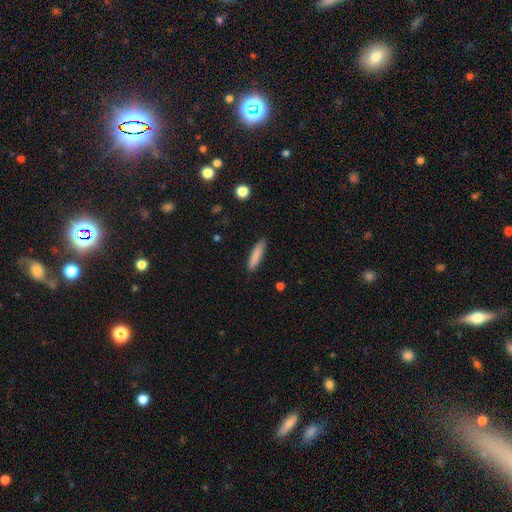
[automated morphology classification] A smooth galaxy with no disk features (84%) that is cigar-shaped (78%).

Vote fractions:
- Smooth or featured? smooth: 84% / featured or disk: 9% / star or artifact: 6%
- How rounded? cigar-shaped: 78% / in between: 20% / round: 1%
- Merging? none: 87% / minor disturbance: 10% / major disturbance: 2% / merger: 1%